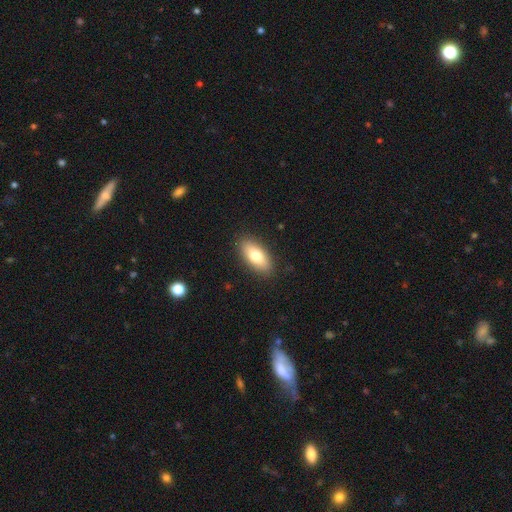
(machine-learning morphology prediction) This appears to be a smooth galaxy with no disk features (76%) that is in between round and cigar-shaped (86%). Merging: none (88%).